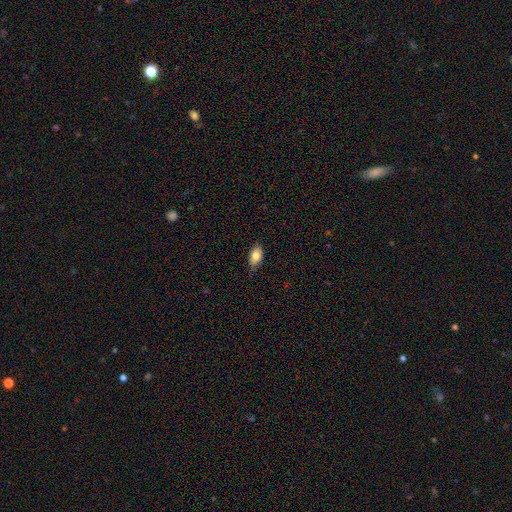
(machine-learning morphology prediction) This is likely a smooth galaxy (77%). How rounded: clearly in between (91%). Merging: likely none (79%).